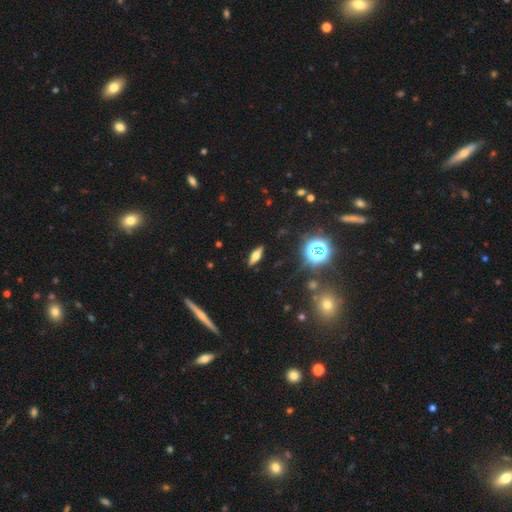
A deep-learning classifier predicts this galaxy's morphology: A featured or disk galaxy (43%). Merging: none (87%).